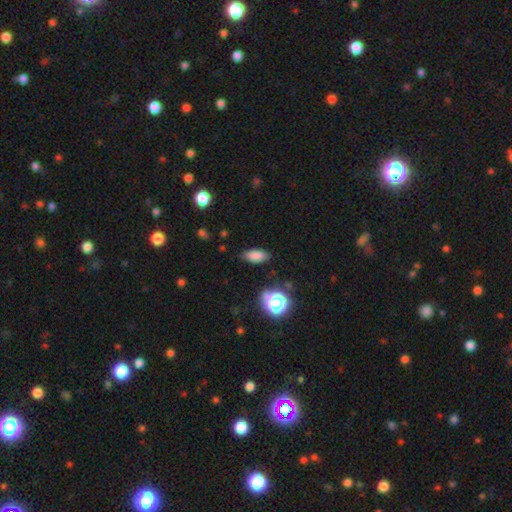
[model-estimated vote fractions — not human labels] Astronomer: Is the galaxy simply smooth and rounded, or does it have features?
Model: smooth — 82%.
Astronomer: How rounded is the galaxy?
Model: in between — 84%.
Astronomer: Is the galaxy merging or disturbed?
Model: none — 84%.